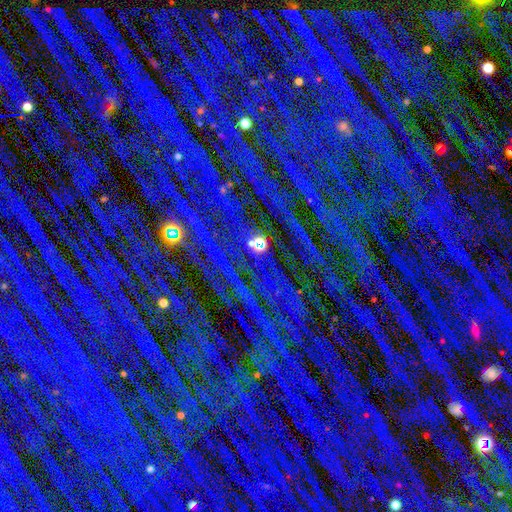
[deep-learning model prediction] Smooth or featured? star or artifact (85%)